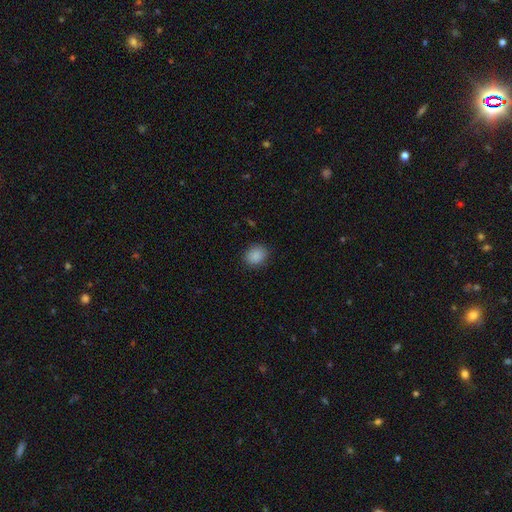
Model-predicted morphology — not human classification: Smooth or featured?
  - smooth: 88% *
  - star or artifact: 9%
  - featured or disk: 3%
How rounded?
  - round: 56% *
  - in between: 43%
  - cigar-shaped: 1%
Merging?
  - none: 86% *
  - minor disturbance: 10%
  - major disturbance: 3%
  - merger: 1%